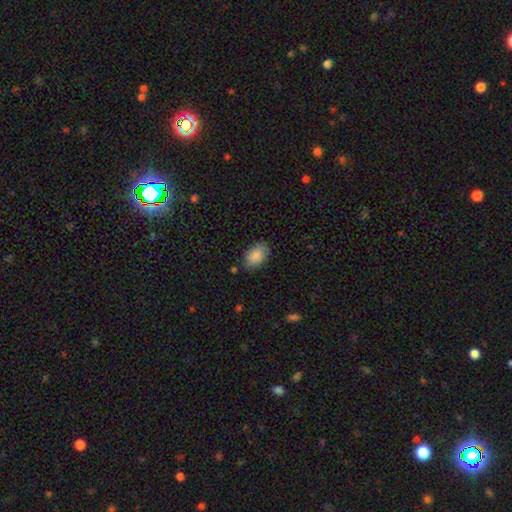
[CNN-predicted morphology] Overall: smooth (87%). How rounded: in between (90%). Merging: none (82%).